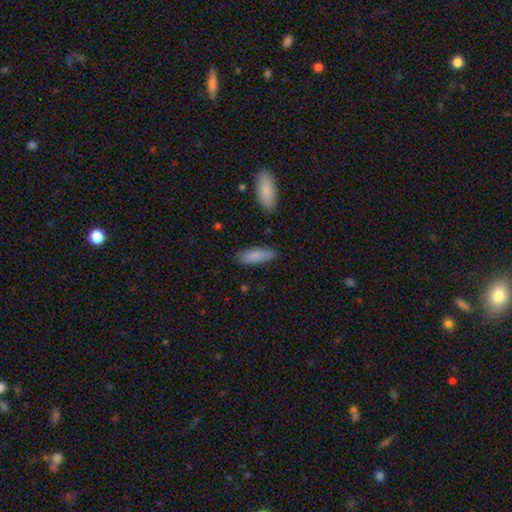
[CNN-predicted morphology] smooth 84%, featured or disk 10%, star or artifact 6%. Down the decision tree: how rounded — in between (57%); merging — none (83%).